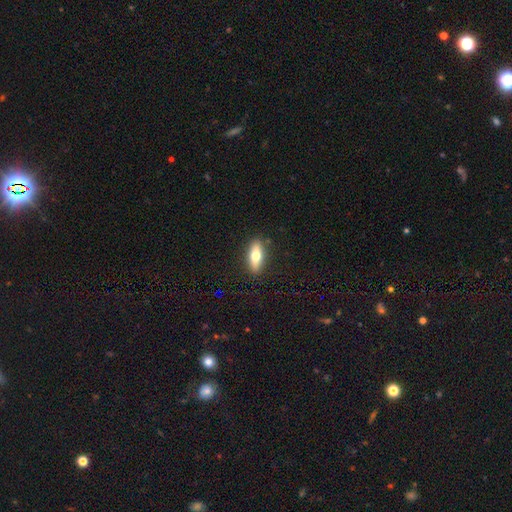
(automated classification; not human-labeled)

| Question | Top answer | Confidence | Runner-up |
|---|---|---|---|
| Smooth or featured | smooth | 64% | featured or disk (29%) |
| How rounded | in between | 63% | cigar-shaped (34%) |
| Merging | none | 88% | minor disturbance (9%) |